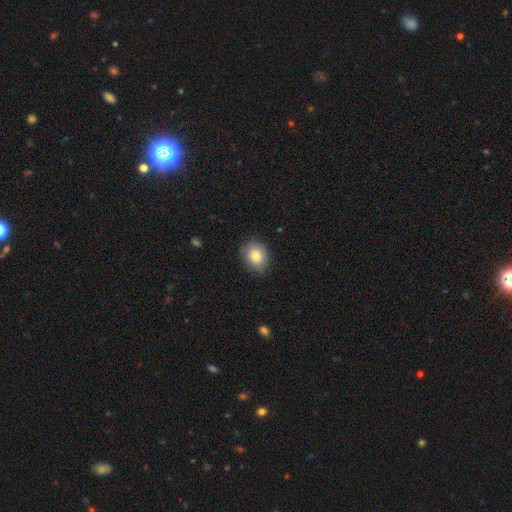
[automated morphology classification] Smooth or featured? smooth (83%)
How rounded? round (54%)
Merging? none (85%)